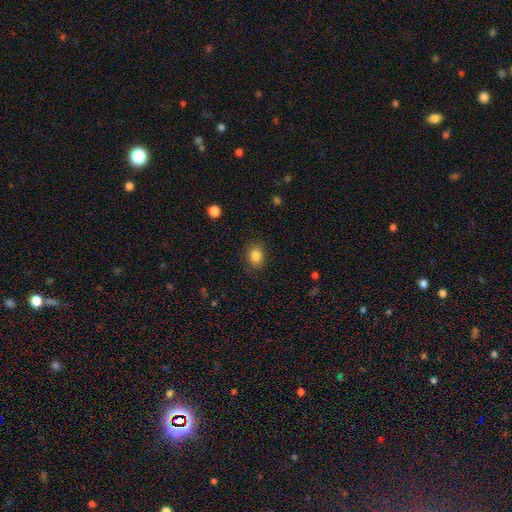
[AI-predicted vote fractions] Smooth or featured?
  - smooth: 85% *
  - star or artifact: 10%
  - featured or disk: 5%
How rounded?
  - in between: 61% *
  - round: 38%
  - cigar-shaped: 1%
Merging?
  - none: 85% *
  - minor disturbance: 11%
  - major disturbance: 3%
  - merger: 1%